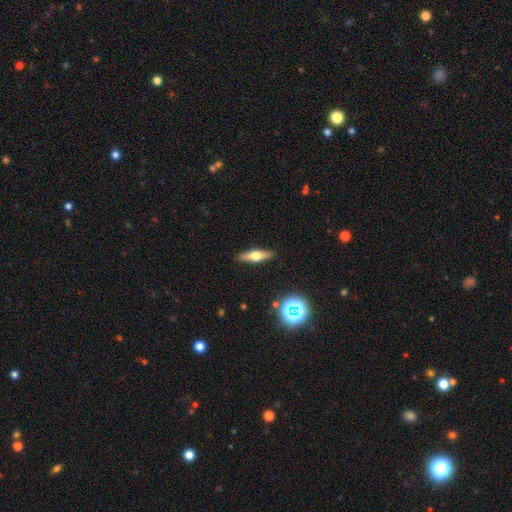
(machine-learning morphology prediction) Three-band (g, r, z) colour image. It shows a featured or disk galaxy (50%). Merging: none (89%).